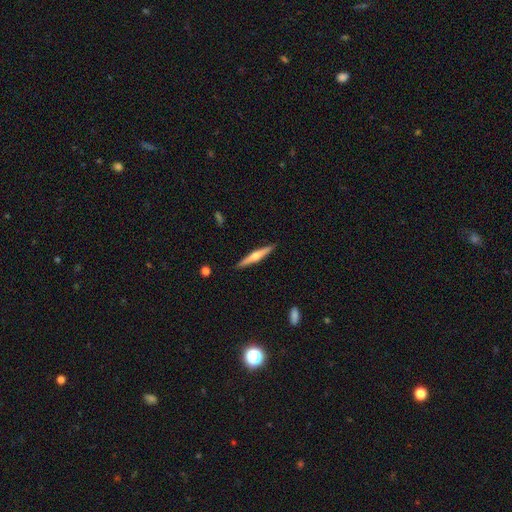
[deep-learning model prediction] Smooth or featured?
  - featured or disk: 65% *
  - smooth: 30%
  - star or artifact: 5%
Edge-on disk?
  - yes: 98% *
  - no: 2%
Edge-on bulge?
  - rounded: 89% *
  - none: 6%
  - boxy: 5%
Merging?
  - none: 91% *
  - minor disturbance: 7%
  - major disturbance: 1%
  - merger: 1%